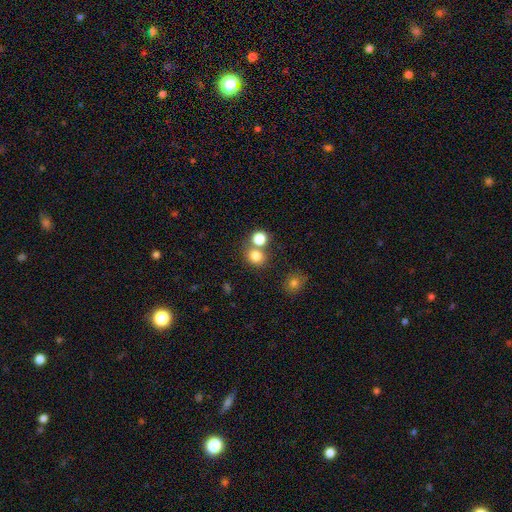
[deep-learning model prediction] smooth-or-featured: smooth: 78% | star or artifact: 15% | featured or disk: 7%
  how-rounded: round: 80% | in between: 19% | cigar-shaped: 1%
  merging: none: 60% | merger: 29% | minor disturbance: 8% | major disturbance: 3%